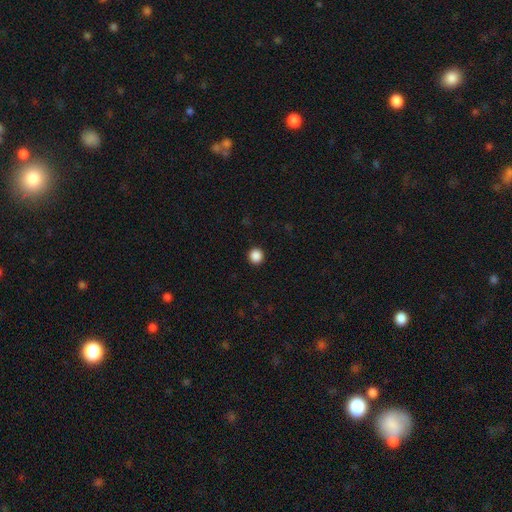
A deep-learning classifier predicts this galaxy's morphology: Smooth or featured: smooth — 88% (star or artifact — 10%)
How rounded: round — 95% (in between — 4%)
Merging: none — 94% (minor disturbance — 4%)